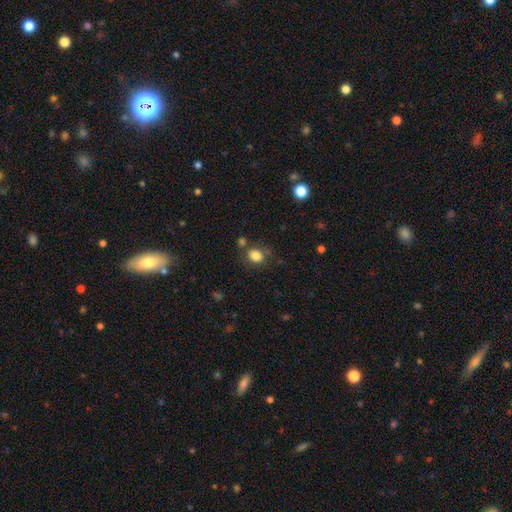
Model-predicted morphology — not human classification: This appears to be a smooth galaxy with no disk features (83%) that is round (51%). Merging: none (69%).